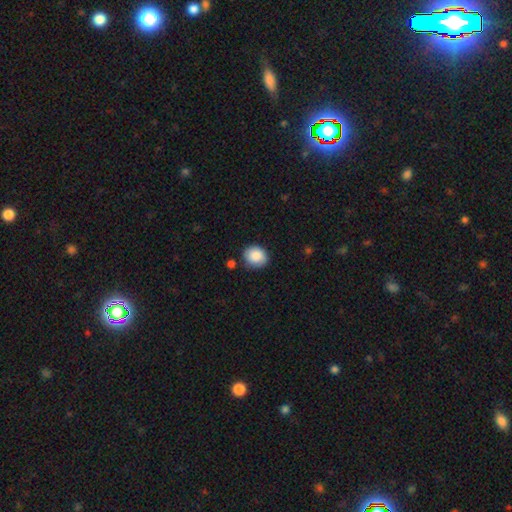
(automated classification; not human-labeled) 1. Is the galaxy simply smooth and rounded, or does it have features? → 87% smooth, 7% star or artifact, 5% featured or disk.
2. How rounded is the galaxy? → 64% round, 35% in between, 1% cigar-shaped.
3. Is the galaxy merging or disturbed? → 81% none, 13% minor disturbance, 3% merger, 3% major disturbance.